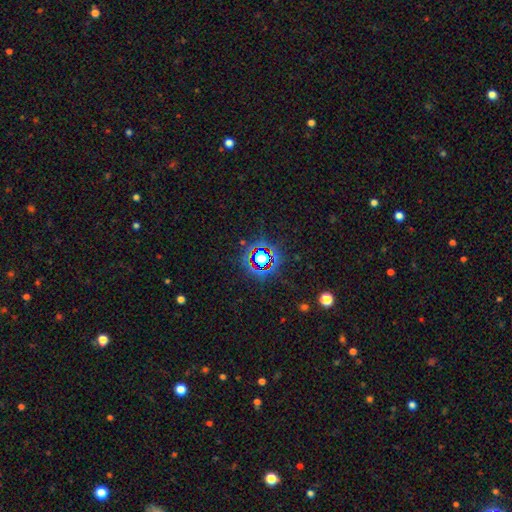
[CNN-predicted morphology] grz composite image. It shows a star or artifact, not a galaxy (67%).